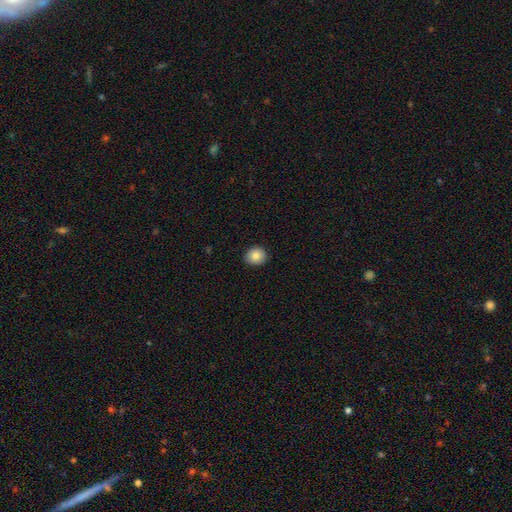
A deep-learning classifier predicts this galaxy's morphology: A smooth galaxy with no disk features (85%) that is round (74%). Merging: none (89%).